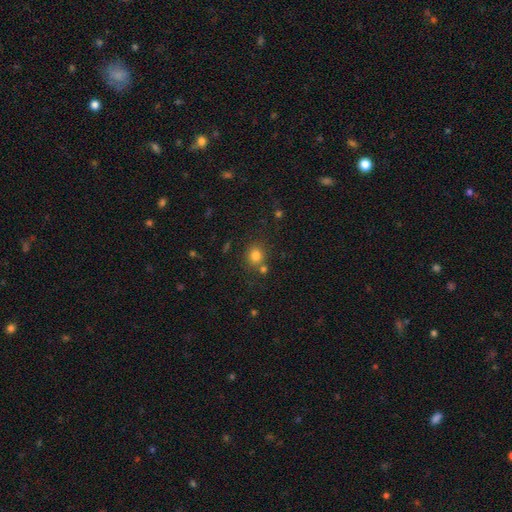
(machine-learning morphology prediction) A smooth galaxy with no disk features (80%) that is round (79%).

Vote fractions:
- Smooth or featured? smooth: 80% / star or artifact: 13% / featured or disk: 7%
- How rounded? round: 79% / in between: 20% / cigar-shaped: 1%
- Merging? none: 72% / merger: 15% / minor disturbance: 10% / major disturbance: 3%